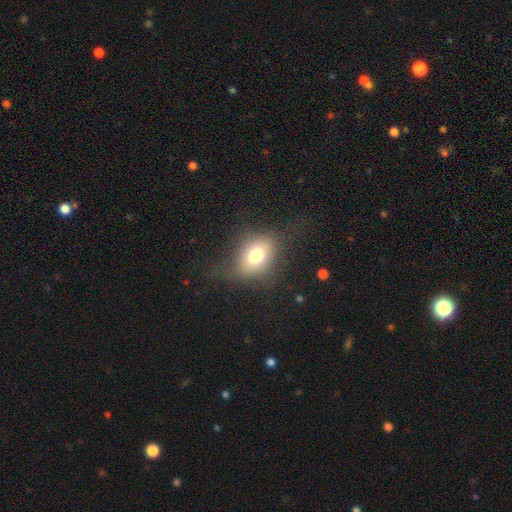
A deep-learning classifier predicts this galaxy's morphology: Q: Smooth or featured?
A: smooth (72%); runner-up: featured or disk (16%)
Q: How rounded?
A: in between (65%); runner-up: round (33%)
Q: Merging?
A: none (67%); runner-up: minor disturbance (20%)